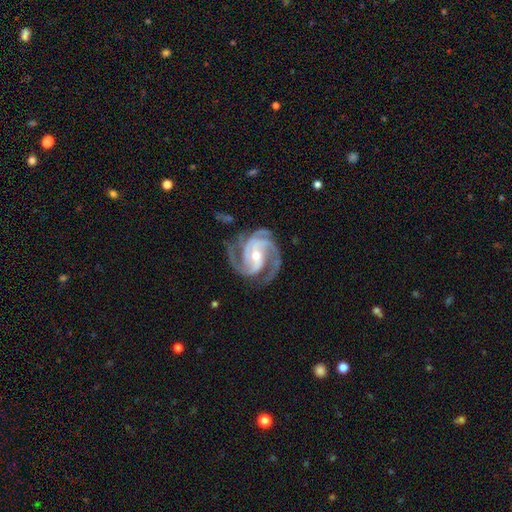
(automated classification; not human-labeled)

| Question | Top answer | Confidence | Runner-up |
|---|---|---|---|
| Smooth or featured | featured or disk | 93% | star or artifact (4%) |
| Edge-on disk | no | 98% | yes (2%) |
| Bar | weak | 37% | strong (32%) |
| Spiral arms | yes | 99% | no (1%) |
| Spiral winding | tight | 48% | medium (45%) |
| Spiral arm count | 3 | 52% | 2 (23%) |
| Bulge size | small | 49% | moderate (47%) |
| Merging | none | 73% | minor disturbance (17%) |